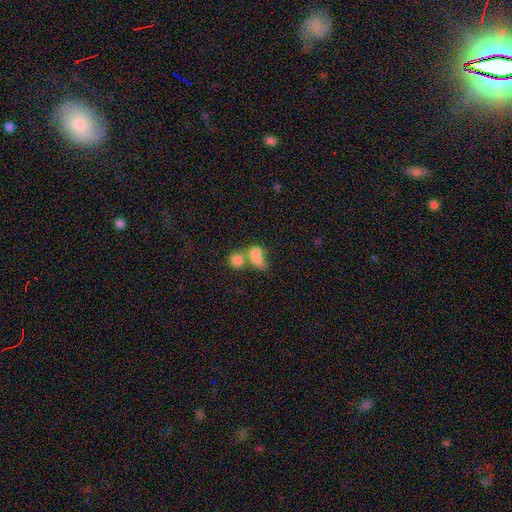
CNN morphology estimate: Overall: smooth (74%). How rounded: in between (61%; round 33%). Merging: merger (62%).